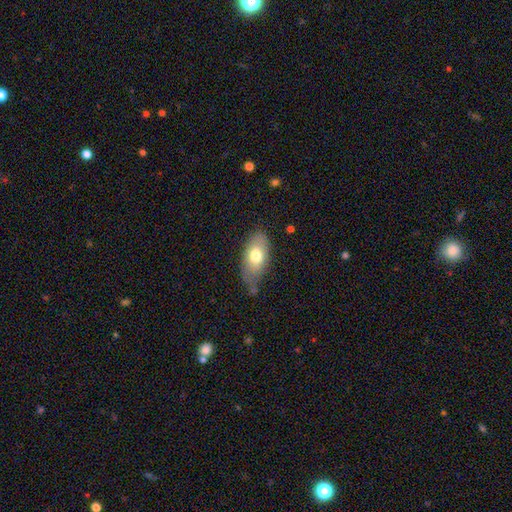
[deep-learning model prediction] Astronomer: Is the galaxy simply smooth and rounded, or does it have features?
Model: smooth — 72%.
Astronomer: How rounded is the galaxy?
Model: in between — 91%.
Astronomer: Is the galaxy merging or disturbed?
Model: none — 61%.